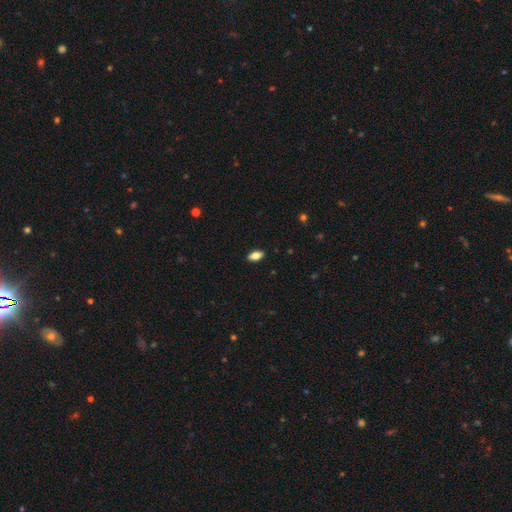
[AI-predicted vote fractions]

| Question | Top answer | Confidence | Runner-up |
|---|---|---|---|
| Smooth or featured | smooth | 79% | featured or disk (13%) |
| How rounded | in between | 90% | cigar-shaped (6%) |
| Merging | none | 89% | minor disturbance (8%) |